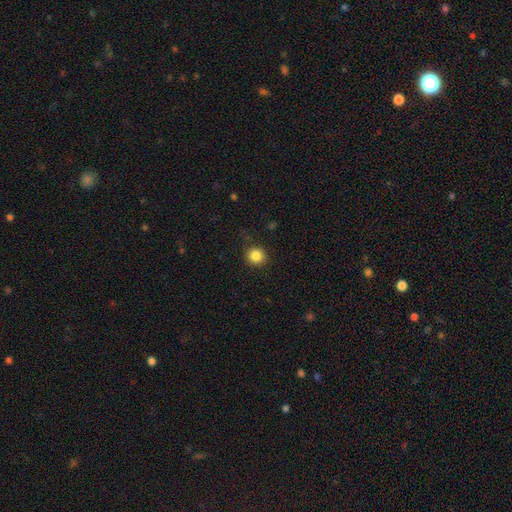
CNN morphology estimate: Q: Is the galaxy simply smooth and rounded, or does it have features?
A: smooth — 85%.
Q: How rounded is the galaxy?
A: round — 90%.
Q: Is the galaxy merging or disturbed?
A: none — 87%.